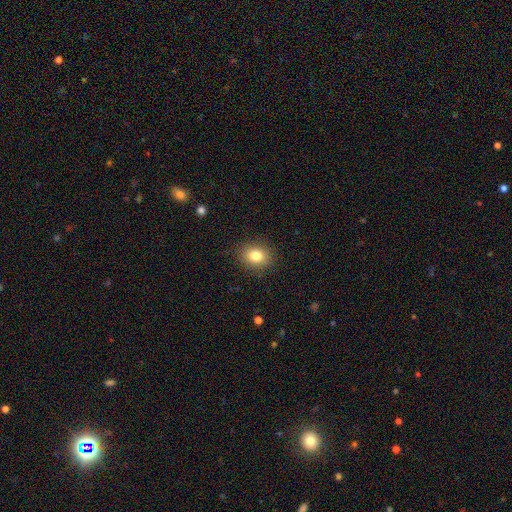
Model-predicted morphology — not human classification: smooth_or_featured: smooth (p=0.81) [alt: star or artifact p=0.10]
how_rounded: in between (p=0.51) [alt: round p=0.48]
merging: none (p=0.89) [alt: minor disturbance p=0.08]